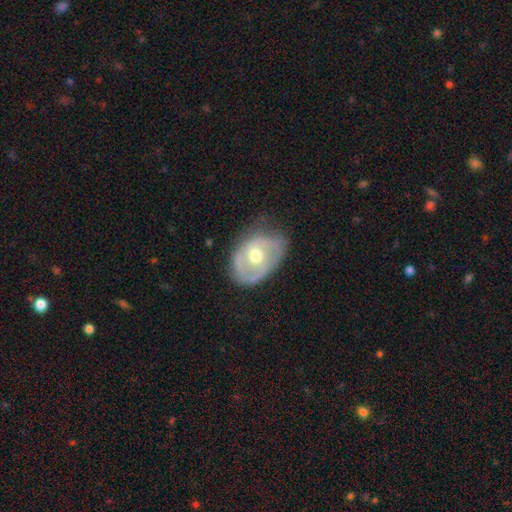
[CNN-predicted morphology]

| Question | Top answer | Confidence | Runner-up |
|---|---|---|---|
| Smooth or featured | featured or disk | 62% | smooth (32%) |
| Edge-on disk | no | 94% | yes (6%) |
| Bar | no | 74% | weak (21%) |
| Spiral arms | no | 53% | yes (47%) |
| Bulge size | moderate | 77% | small (12%) |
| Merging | none | 53% | minor disturbance (33%) |